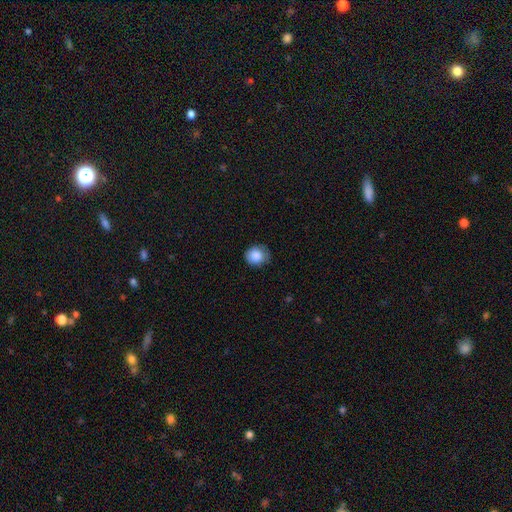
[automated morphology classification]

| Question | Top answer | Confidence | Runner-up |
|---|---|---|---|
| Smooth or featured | smooth | 86% | star or artifact (8%) |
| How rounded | round | 83% | in between (16%) |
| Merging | none | 77% | minor disturbance (18%) |